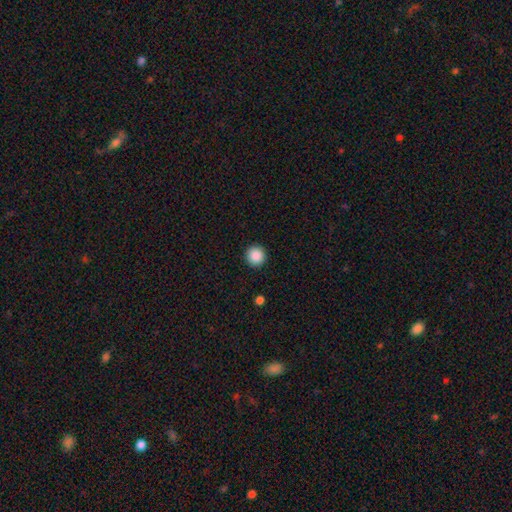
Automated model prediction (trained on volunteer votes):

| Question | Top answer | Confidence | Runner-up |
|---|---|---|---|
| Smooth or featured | smooth | 88% | star or artifact (9%) |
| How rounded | round | 96% | in between (3%) |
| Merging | none | 93% | minor disturbance (4%) |